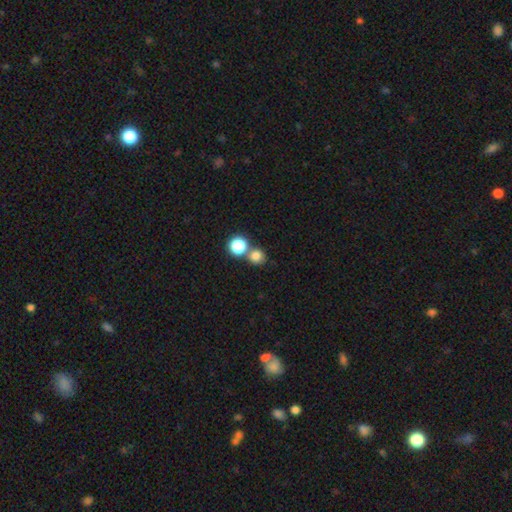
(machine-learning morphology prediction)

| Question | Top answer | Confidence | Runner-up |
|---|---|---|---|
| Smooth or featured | smooth | 78% | star or artifact (15%) |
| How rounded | round | 86% | in between (13%) |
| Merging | none | 59% | merger (31%) |